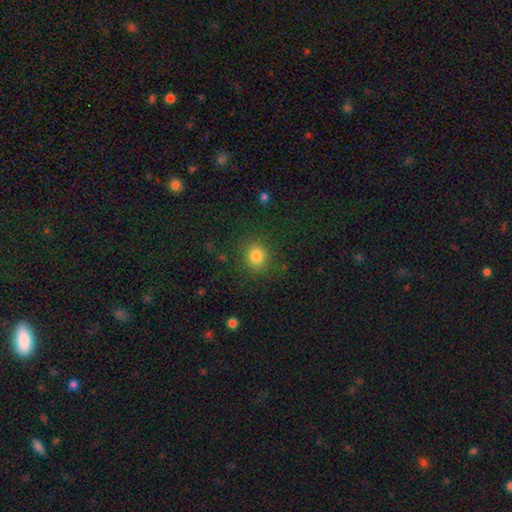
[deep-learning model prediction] The model was most divided on "how rounded": round: 83%, in between: 16%, cigar-shaped: 1%. More confident: merging — none (86%); smooth or featured — smooth (83%).